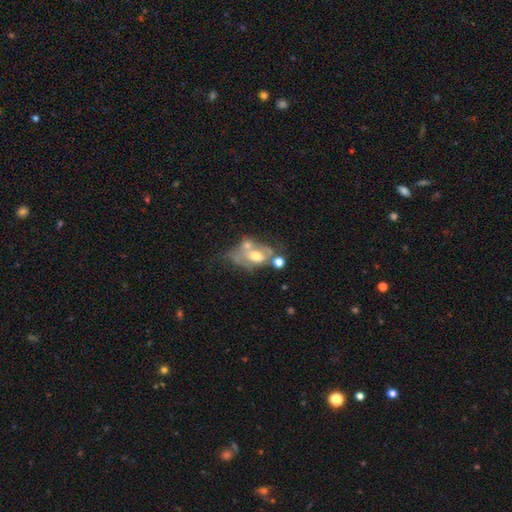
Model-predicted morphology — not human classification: Smooth or featured: featured or disk — 60% (smooth — 30%)
Edge-on disk: no — 94% (yes — 6%)
Bar: no — 74% (weak — 20%)
Spiral arms: no — 63% (yes — 37%)
Bulge size: moderate — 58% (large — 24%)
Merging: merger — 35% (major disturbance — 25%)